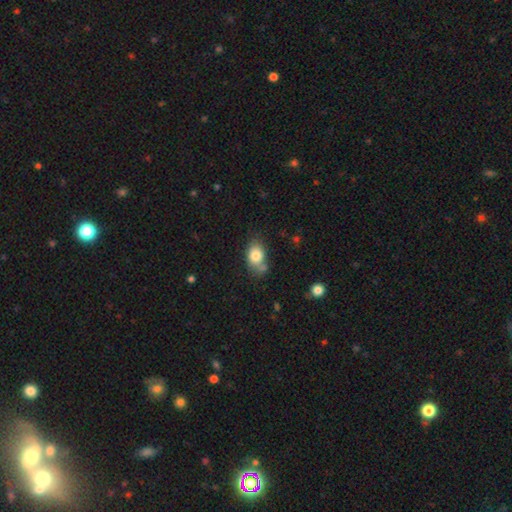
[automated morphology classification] Q: Smooth or featured?
A: smooth (80%); runner-up: featured or disk (11%)
Q: How rounded?
A: in between (75%); runner-up: round (23%)
Q: Merging?
A: none (56%); runner-up: minor disturbance (22%)